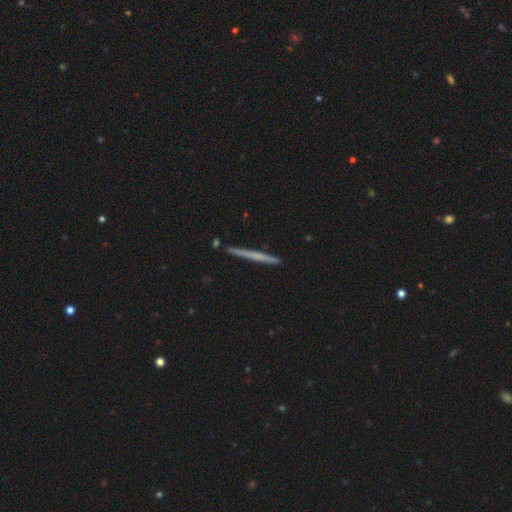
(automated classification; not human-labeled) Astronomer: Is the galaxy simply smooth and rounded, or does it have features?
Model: smooth — 48% (runner-up: featured or disk, 46%).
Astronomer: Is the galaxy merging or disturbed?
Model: none — 90%.